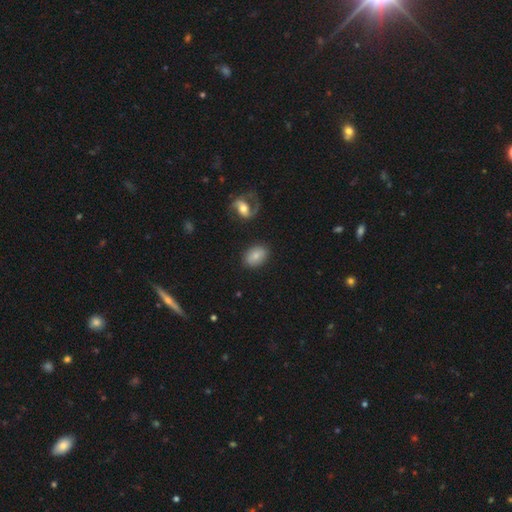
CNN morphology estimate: A smooth galaxy with no disk features (74%) that is in between round and cigar-shaped (82%).

Vote fractions:
- Smooth or featured? smooth: 74% / featured or disk: 18% / star or artifact: 8%
- How rounded? in between: 82% / round: 16% / cigar-shaped: 1%
- Merging? none: 81% / minor disturbance: 12% / major disturbance: 4% / merger: 4%